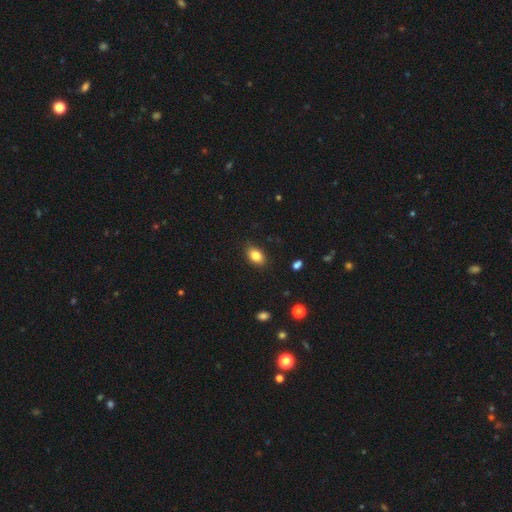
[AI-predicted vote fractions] This is clearly a smooth galaxy (83%). How rounded: clearly in between (84%). Merging: clearly none (86%).